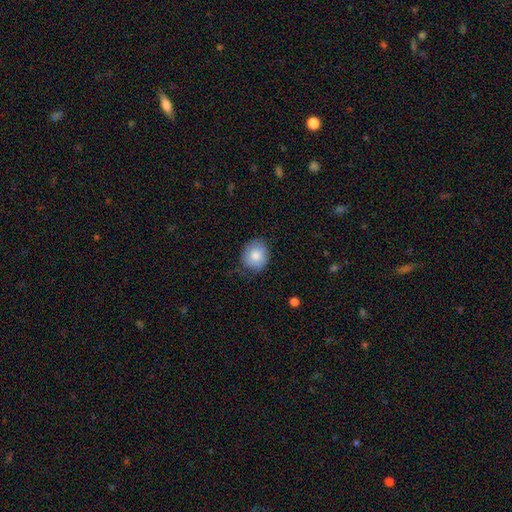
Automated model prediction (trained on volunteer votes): Smooth or featured: smooth — 79% (featured or disk — 14%)
How rounded: round — 66% (in between — 33%)
Merging: none — 68% (minor disturbance — 25%)